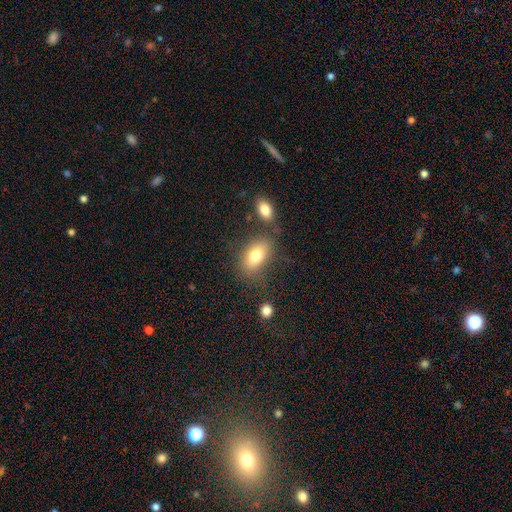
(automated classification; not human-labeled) smooth 77%, featured or disk 14%, star or artifact 9%. Down the decision tree: how rounded — in between (87%); merging — none (65%).